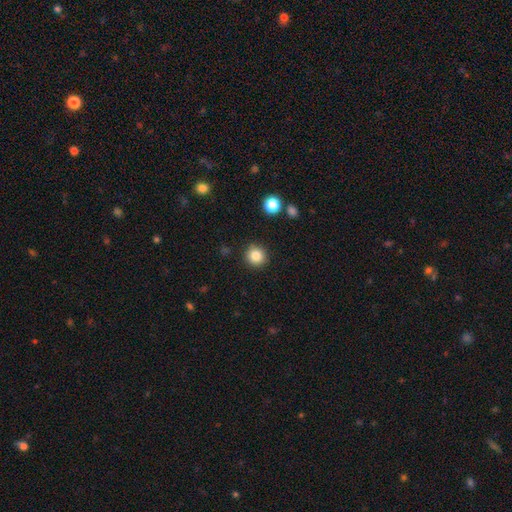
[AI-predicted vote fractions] A smooth galaxy with no disk features (84%) that is round (93%). Merging: none (90%).